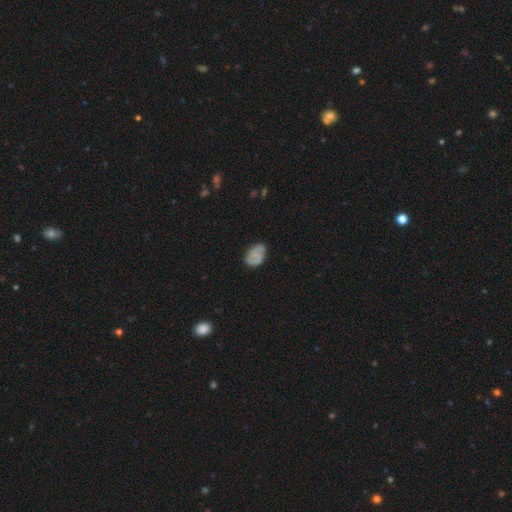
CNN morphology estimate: The model was most divided on "smooth or featured": smooth: 61%, featured or disk: 29%, star or artifact: 10%. More confident: how rounded — in between (84%); merging — none (68%).